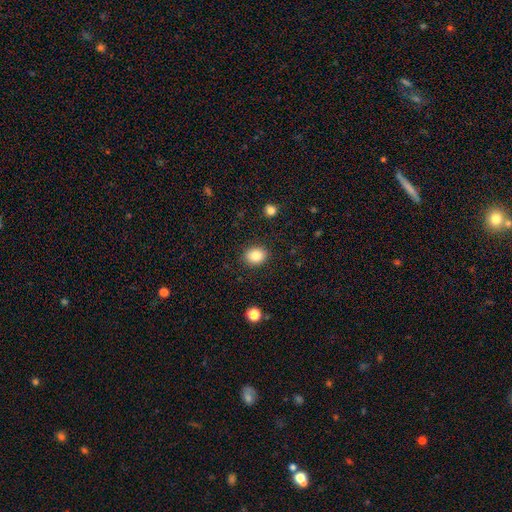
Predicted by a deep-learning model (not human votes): A smooth galaxy with no disk features (85%) that is round (51%). Merging: none (89%).